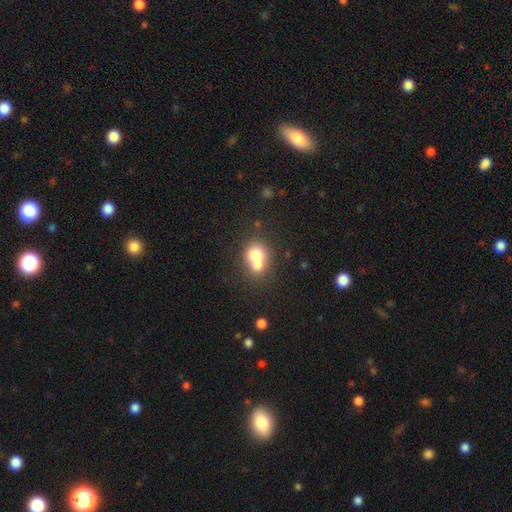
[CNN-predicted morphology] Smooth or featured?
  - smooth: 71% *
  - featured or disk: 19%
  - star or artifact: 10%
How rounded?
  - round: 64% *
  - in between: 35%
  - cigar-shaped: 1%
Merging?
  - merger: 62% *
  - none: 27%
  - minor disturbance: 7%
  - major disturbance: 4%